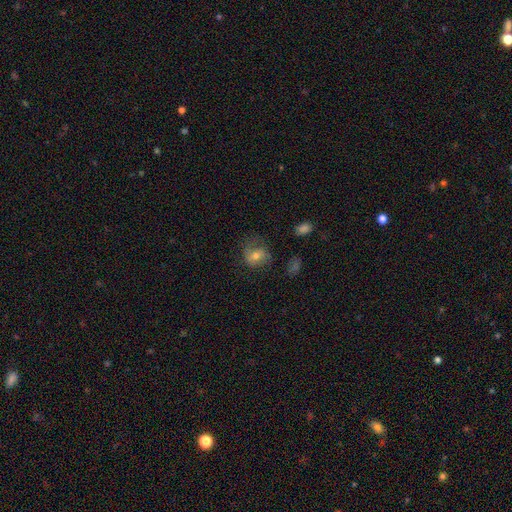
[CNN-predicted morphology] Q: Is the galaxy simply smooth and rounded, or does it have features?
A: smooth — 46%.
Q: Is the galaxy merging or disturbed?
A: none — 58%.